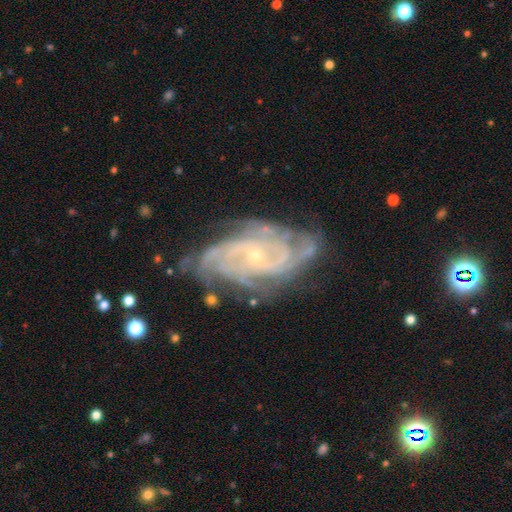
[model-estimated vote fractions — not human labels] Smooth or featured? featured or disk (89%)
Edge-on disk? no (96%)
Bar? no (66%)
Spiral arms? yes (97%)
Spiral winding? tight (61%)
Spiral arm count? 4 (26%)
Bulge size? small (81%)
Merging? none (67%)